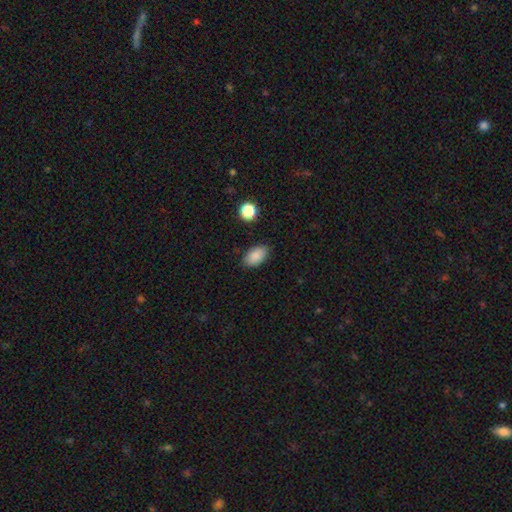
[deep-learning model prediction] smooth_or_featured: smooth (p=0.88) [alt: star or artifact p=0.08]
how_rounded: in between (p=0.92) [alt: round p=0.06]
merging: none (p=0.85) [alt: minor disturbance p=0.11]